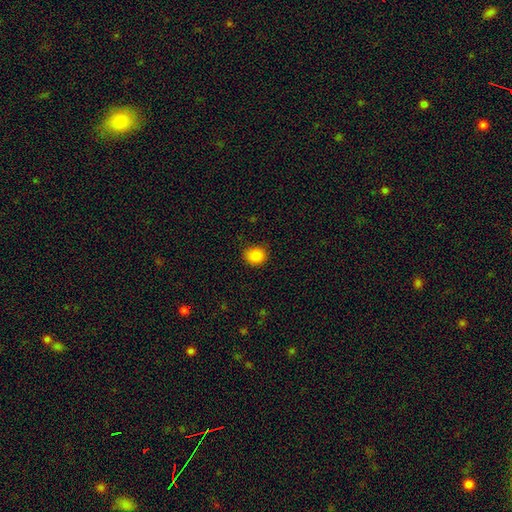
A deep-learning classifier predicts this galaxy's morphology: Smooth or featured?
  - smooth: 85% *
  - star or artifact: 11%
  - featured or disk: 5%
How rounded?
  - round: 73% *
  - in between: 26%
  - cigar-shaped: 1%
Merging?
  - none: 86% *
  - minor disturbance: 10%
  - major disturbance: 2%
  - merger: 1%